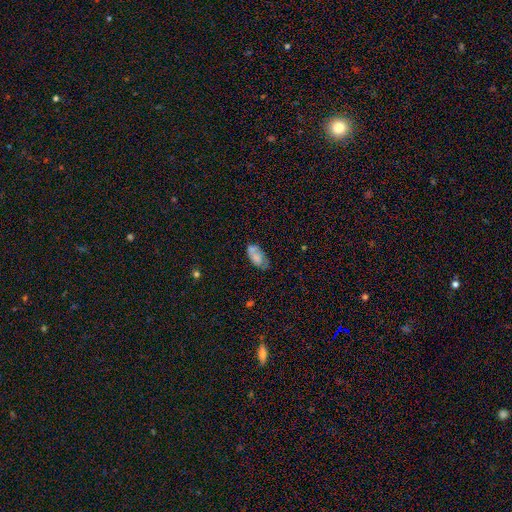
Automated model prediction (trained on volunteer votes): Smooth or featured: smooth — 69% (featured or disk — 22%)
How rounded: in between — 92% (cigar-shaped — 4%)
Merging: none — 52% (minor disturbance — 28%)